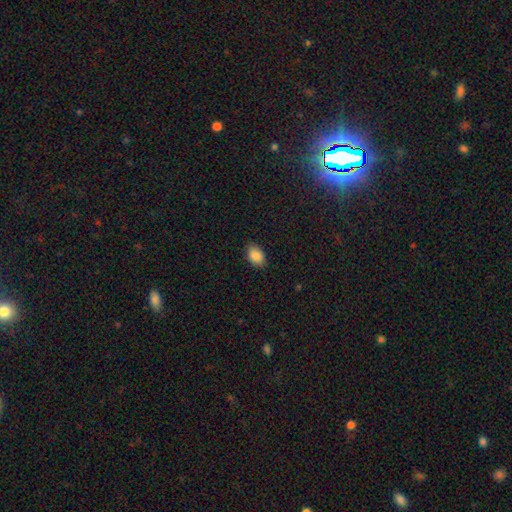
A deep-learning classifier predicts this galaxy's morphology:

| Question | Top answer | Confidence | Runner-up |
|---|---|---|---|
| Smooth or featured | smooth | 88% | star or artifact (8%) |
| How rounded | in between | 86% | round (12%) |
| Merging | none | 85% | minor disturbance (12%) |